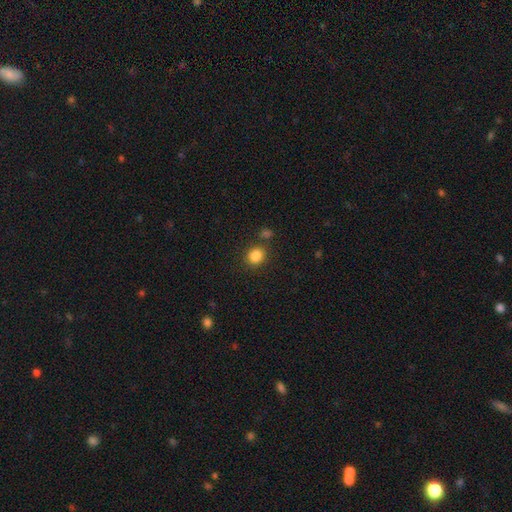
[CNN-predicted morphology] A smooth galaxy with no disk features (85%) that is round (69%).

Vote fractions:
- Smooth or featured? smooth: 85% / star or artifact: 10% / featured or disk: 4%
- How rounded? round: 69% / in between: 30% / cigar-shaped: 1%
- Merging? none: 79% / minor disturbance: 9% / merger: 8% / major disturbance: 3%